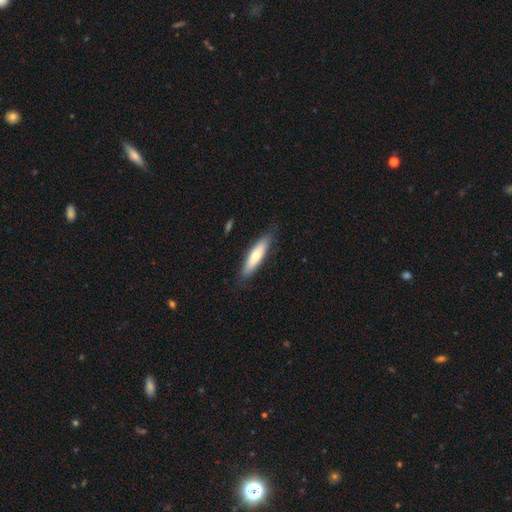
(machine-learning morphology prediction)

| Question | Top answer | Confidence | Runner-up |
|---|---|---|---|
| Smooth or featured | smooth | 67% | featured or disk (27%) |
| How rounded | cigar-shaped | 72% | in between (27%) |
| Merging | none | 83% | minor disturbance (13%) |